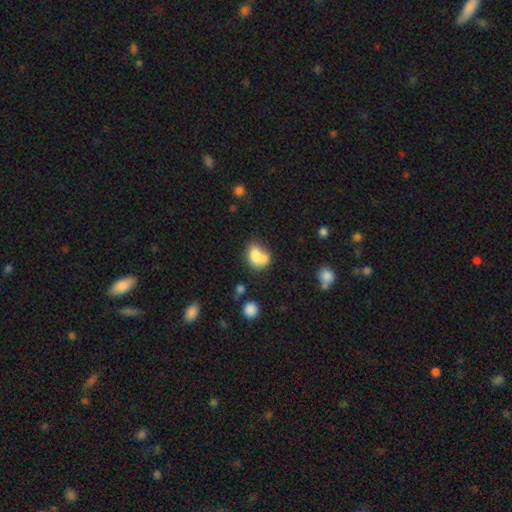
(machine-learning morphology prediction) Smooth or featured: smooth — 75% (featured or disk — 15%)
How rounded: in between — 62% (round — 37%)
Merging: merger — 50% (none — 29%)